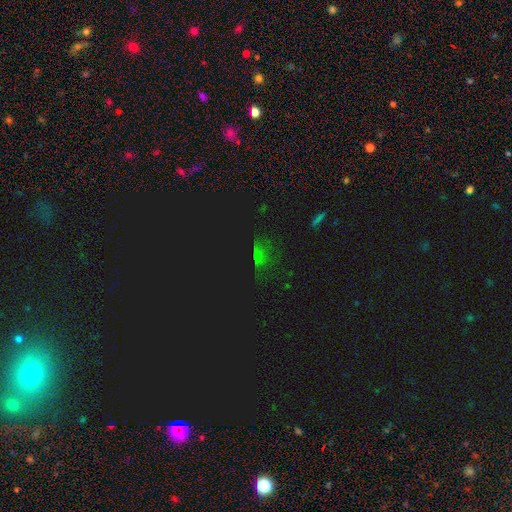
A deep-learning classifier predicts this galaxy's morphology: This is likely a star or artifact rather than a galaxy (64%).